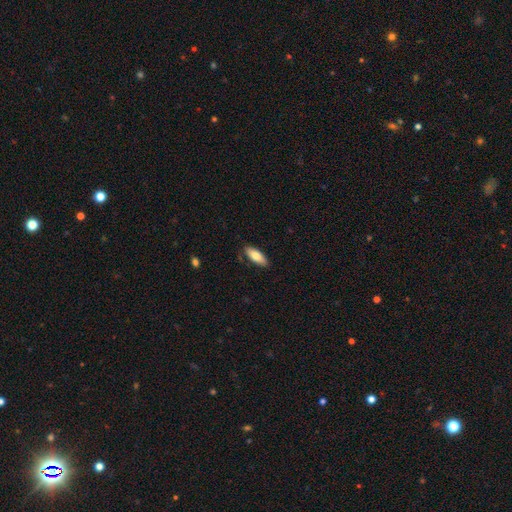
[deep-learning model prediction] Smooth or featured: smooth — 77% (featured or disk — 17%)
How rounded: in between — 72% (cigar-shaped — 26%)
Merging: none — 85% (minor disturbance — 12%)